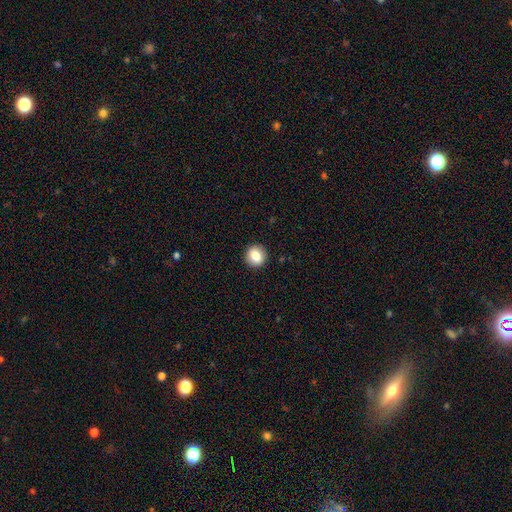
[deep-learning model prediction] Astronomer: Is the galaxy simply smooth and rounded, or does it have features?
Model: smooth — 84%.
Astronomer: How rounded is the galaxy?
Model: round — 88%.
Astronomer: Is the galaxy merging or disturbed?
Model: none — 92%.